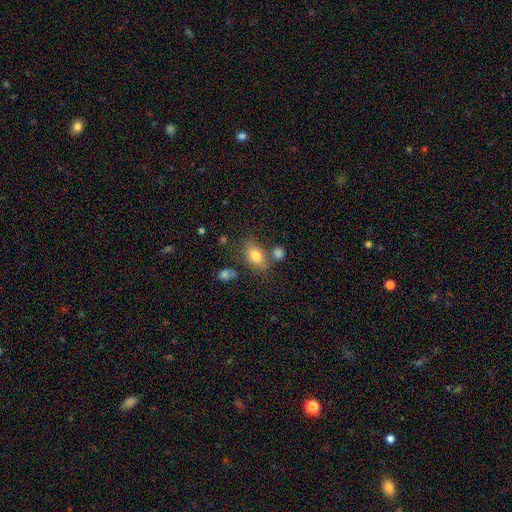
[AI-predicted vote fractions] Smooth or featured? smooth (77%)
How rounded? in between (85%)
Merging? none (62%)